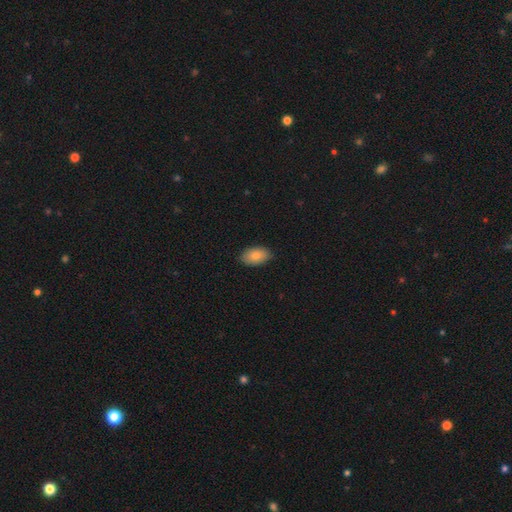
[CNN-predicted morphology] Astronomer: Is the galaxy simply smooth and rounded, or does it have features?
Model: smooth — 85%.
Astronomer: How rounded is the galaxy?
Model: in between — 93%.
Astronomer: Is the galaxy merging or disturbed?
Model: none — 86%.